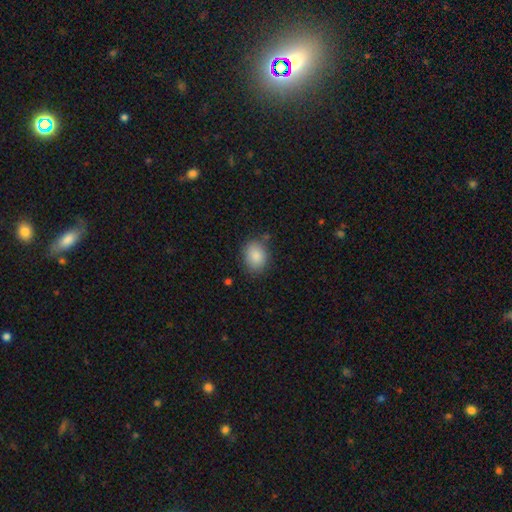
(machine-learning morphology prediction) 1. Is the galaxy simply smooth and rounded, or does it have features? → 87% smooth, 8% star or artifact, 6% featured or disk.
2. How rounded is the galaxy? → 55% in between, 44% round, 1% cigar-shaped.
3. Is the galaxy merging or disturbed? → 78% none, 15% minor disturbance, 4% major disturbance, 2% merger.